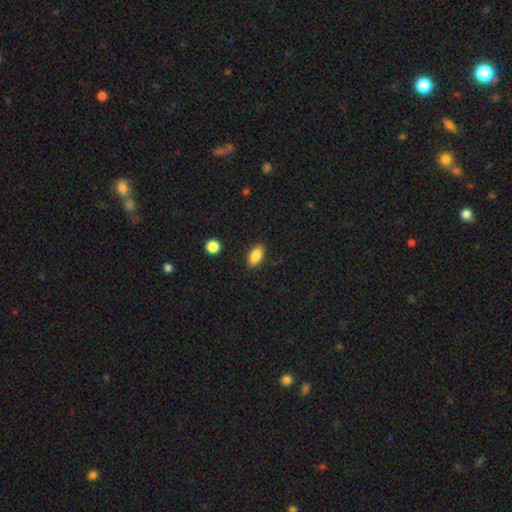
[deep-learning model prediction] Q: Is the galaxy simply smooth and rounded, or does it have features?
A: smooth — 86%.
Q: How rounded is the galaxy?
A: in between — 90%.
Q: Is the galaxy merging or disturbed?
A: none — 87%.